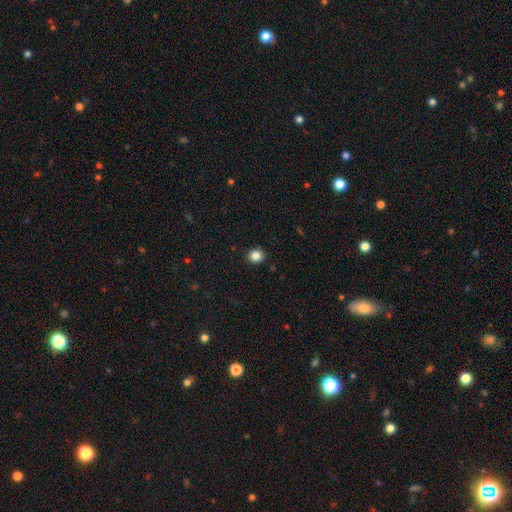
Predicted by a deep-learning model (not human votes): Smooth or featured?
  - smooth: 85% *
  - star or artifact: 10%
  - featured or disk: 4%
How rounded?
  - round: 70% *
  - in between: 29%
  - cigar-shaped: 1%
Merging?
  - none: 91% *
  - minor disturbance: 6%
  - major disturbance: 2%
  - merger: 1%